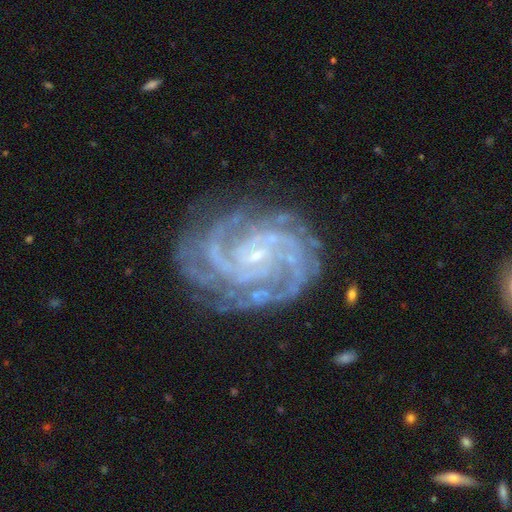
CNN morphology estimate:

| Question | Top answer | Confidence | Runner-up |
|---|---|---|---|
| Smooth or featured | featured or disk | 92% | star or artifact (5%) |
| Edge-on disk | no | 98% | yes (2%) |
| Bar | no | 59% | weak (29%) |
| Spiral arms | yes | 99% | no (1%) |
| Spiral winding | tight | 73% | medium (24%) |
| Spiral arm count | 2 | 23% | tied: 3 (23%) |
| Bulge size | small | 86% | moderate (7%) |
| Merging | none | 77% | minor disturbance (16%) |